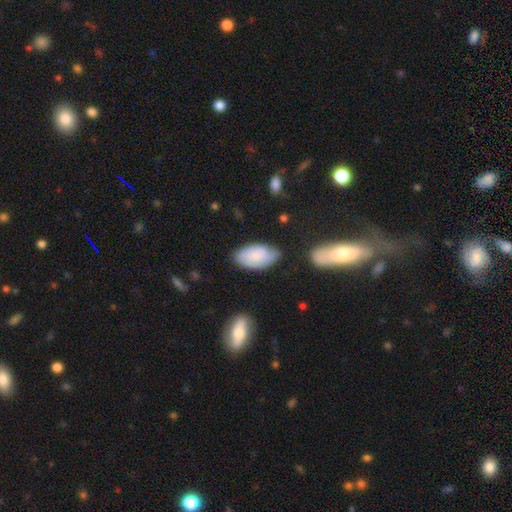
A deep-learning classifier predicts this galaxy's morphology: smooth-or-featured: smooth: 65% | featured or disk: 28% | star or artifact: 7%
  how-rounded: in between: 94% | round: 4% | cigar-shaped: 2%
  merging: none: 65% | minor disturbance: 27% | major disturbance: 6% | merger: 3%